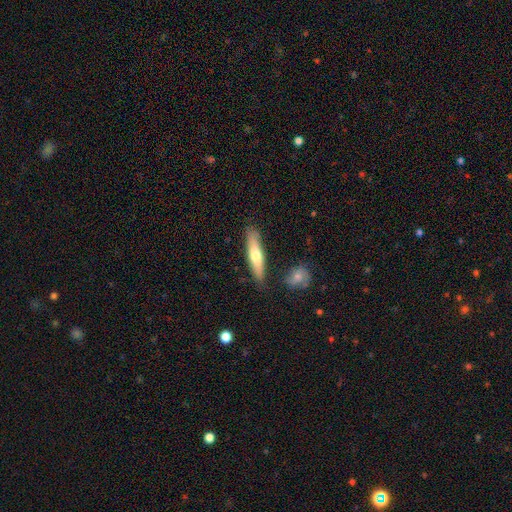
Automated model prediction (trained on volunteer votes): smooth_or_featured: smooth (p=0.60) [alt: featured or disk p=0.34]
how_rounded: cigar-shaped (p=0.79) [alt: in between p=0.20]
merging: none (p=0.83) [alt: minor disturbance p=0.11]